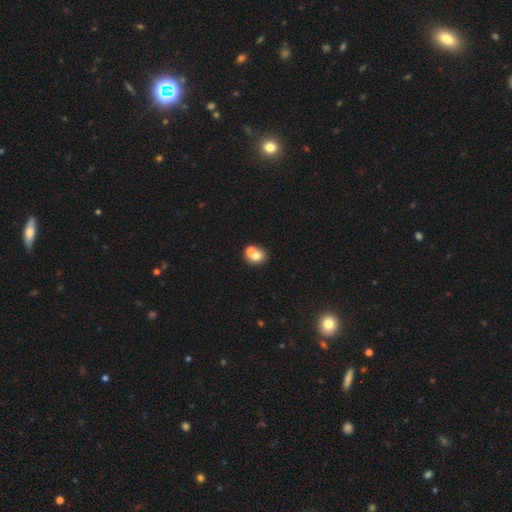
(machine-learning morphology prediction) This appears to be a smooth galaxy with no disk features (68%) that is round (69%). Merging: merger (51%).